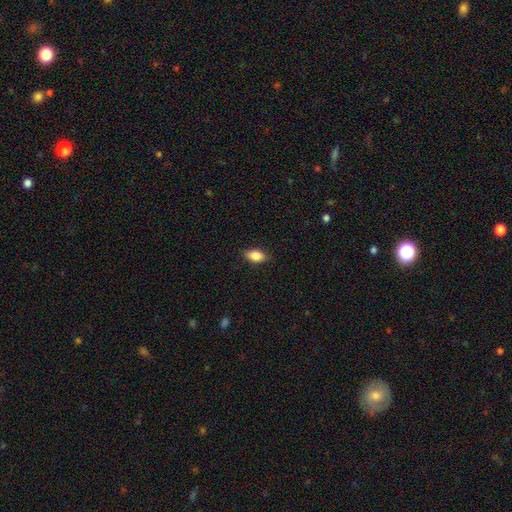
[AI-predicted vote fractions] The model was most divided on "merging": none: 86%, minor disturbance: 11%, major disturbance: 2%, merger: 1%. More confident: how rounded — in between (88%); smooth or featured — smooth (86%).